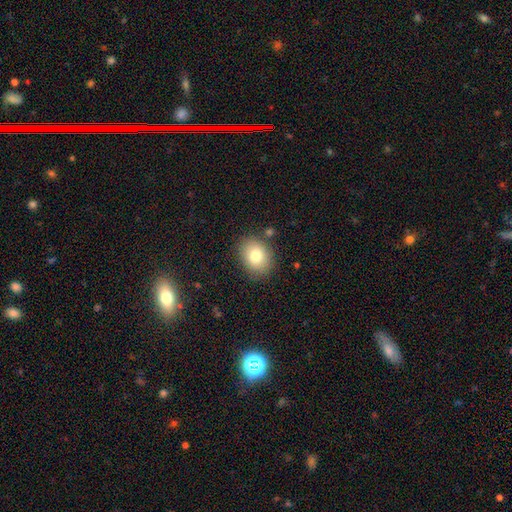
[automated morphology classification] smooth-or-featured: smooth: 79% | featured or disk: 11% | star or artifact: 10%
  how-rounded: in between: 57% | round: 42% | cigar-shaped: 1%
  merging: none: 83% | minor disturbance: 11% | major disturbance: 3% | merger: 3%